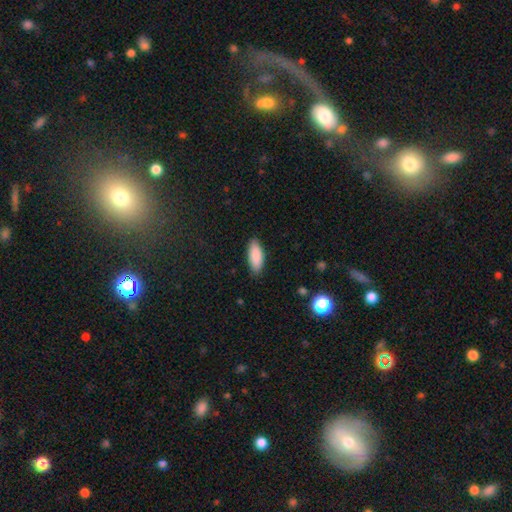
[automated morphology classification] Smooth or featured? smooth (89%)
How rounded? in between (80%)
Merging? none (87%)